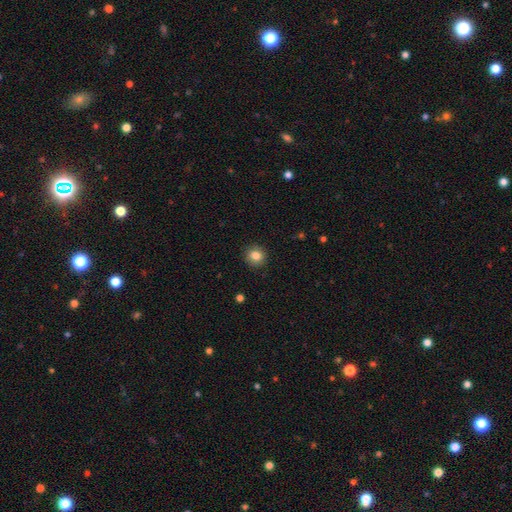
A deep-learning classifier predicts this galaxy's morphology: smooth-or-featured: smooth: 84% | star or artifact: 10% | featured or disk: 6%
  how-rounded: round: 88% | in between: 11% | cigar-shaped: 1%
  merging: none: 91% | minor disturbance: 6% | major disturbance: 2% | merger: 1%